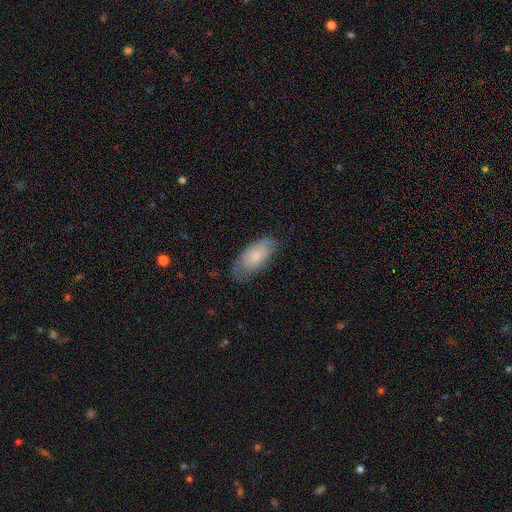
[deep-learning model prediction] Morphology: type=smooth (70%); roundness=in between (91%); merging=none (63%).